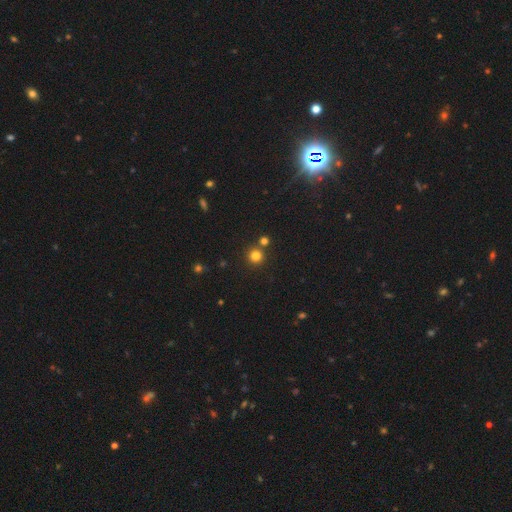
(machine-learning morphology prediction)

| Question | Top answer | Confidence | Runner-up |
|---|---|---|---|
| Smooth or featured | smooth | 80% | star or artifact (15%) |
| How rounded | round | 94% | in between (5%) |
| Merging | none | 79% | merger (13%) |